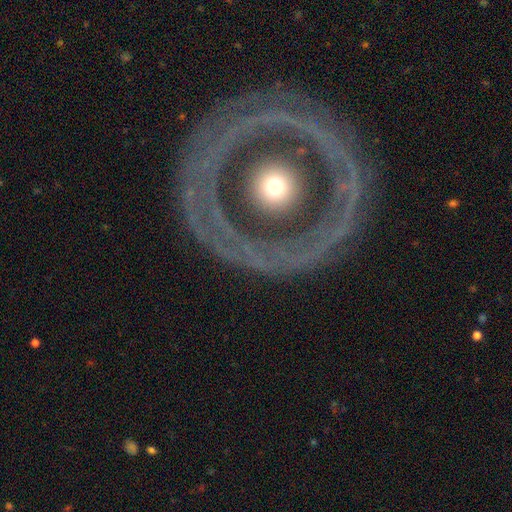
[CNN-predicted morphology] This appears to be a featured or disk galaxy (74%) with no bar (84%), no spiral arms (76%) and a moderate central bulge (73%). Merging: none (81%).